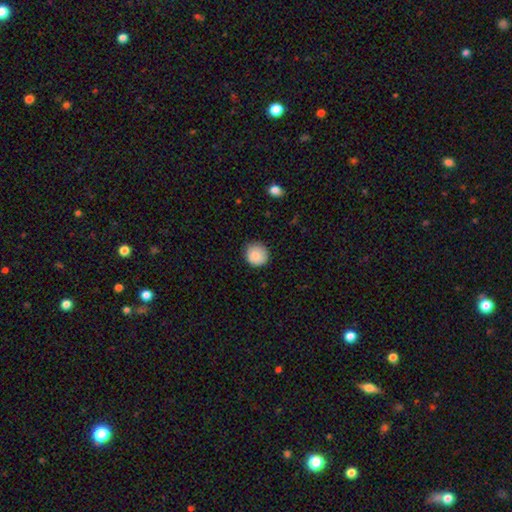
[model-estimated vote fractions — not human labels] smooth 88%, star or artifact 8%, featured or disk 4%. Down the decision tree: how rounded — round (92%); merging — none (83%).